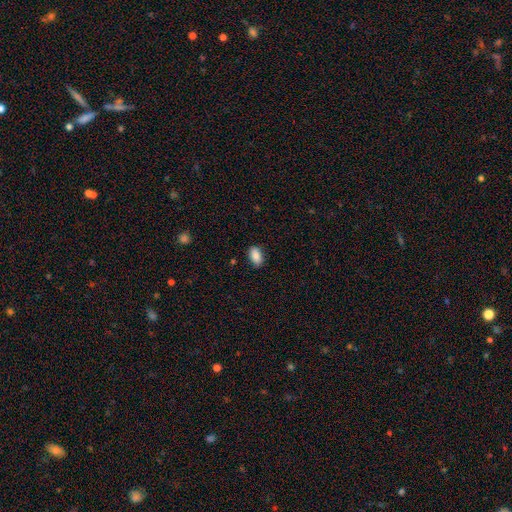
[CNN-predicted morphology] This is clearly a smooth galaxy (87%). How rounded: clearly in between (91%). Merging: clearly none (82%).